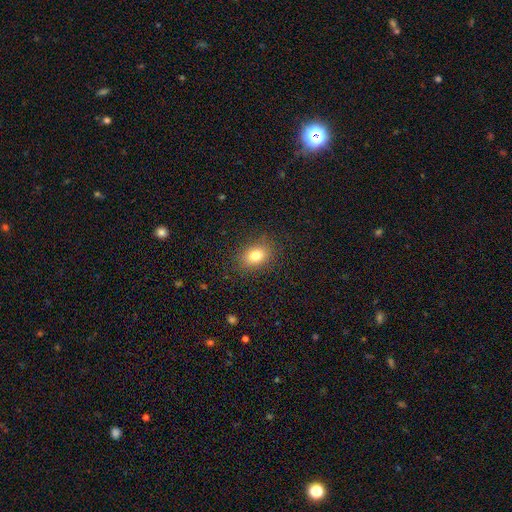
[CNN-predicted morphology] Smooth or featured? Predicted: smooth (p=0.80). How rounded? Predicted: in between (p=0.68). Merging? Predicted: none (p=0.86).